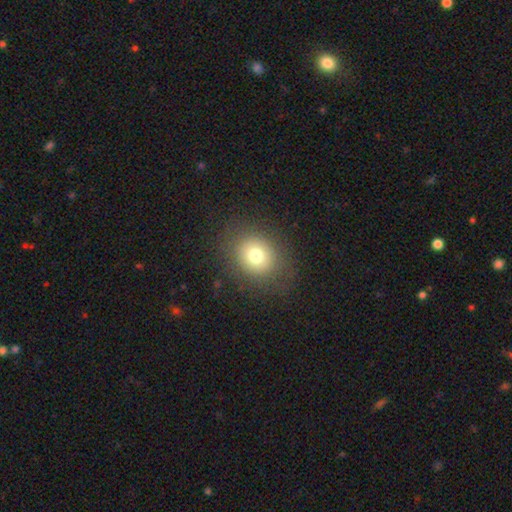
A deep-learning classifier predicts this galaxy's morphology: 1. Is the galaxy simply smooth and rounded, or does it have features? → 75% smooth, 13% star or artifact, 12% featured or disk.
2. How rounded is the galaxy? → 72% round, 27% in between, 1% cigar-shaped.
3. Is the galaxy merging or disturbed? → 83% none, 10% minor disturbance, 6% major disturbance, 1% merger.